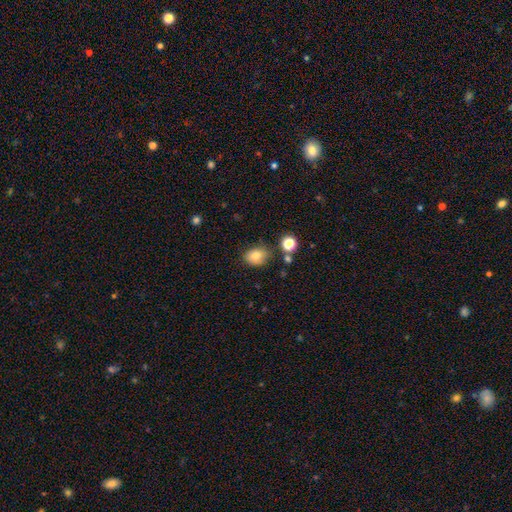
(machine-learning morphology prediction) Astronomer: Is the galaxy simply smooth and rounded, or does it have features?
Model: smooth — 80%.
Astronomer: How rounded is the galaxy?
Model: round — 53% (runner-up: in between, 46%).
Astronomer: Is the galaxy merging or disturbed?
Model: none — 75%.